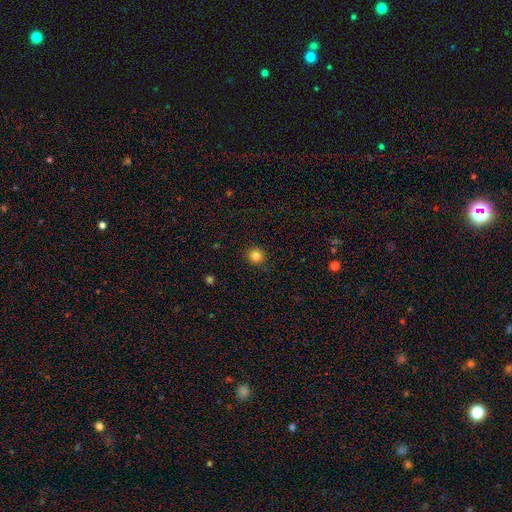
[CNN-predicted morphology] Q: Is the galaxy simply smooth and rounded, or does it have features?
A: smooth — 84%.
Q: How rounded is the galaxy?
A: round — 92%.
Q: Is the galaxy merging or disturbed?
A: none — 90%.